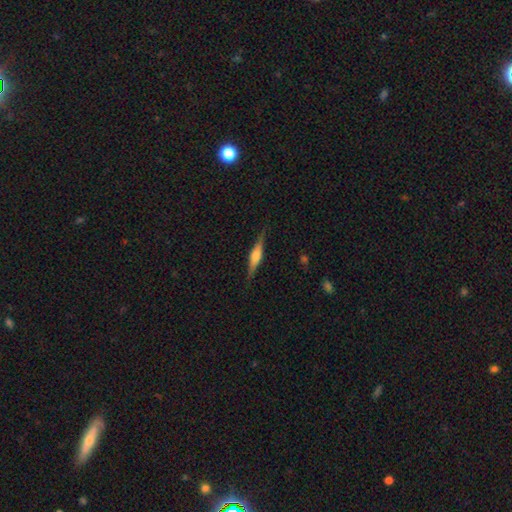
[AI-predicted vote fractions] A featured or disk galaxy (64%) viewed edge-on (97%) with a rounded central bulge (78%). Merging: none (86%).